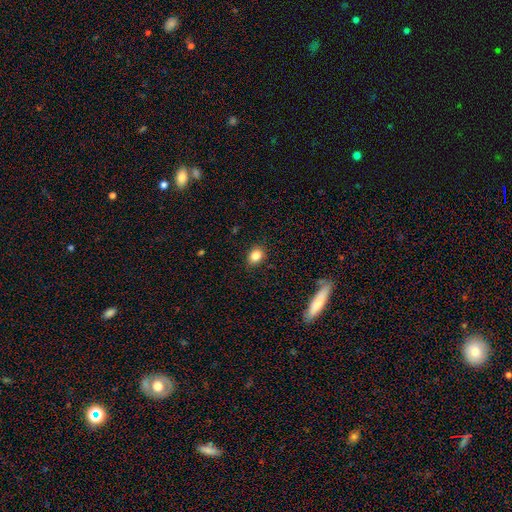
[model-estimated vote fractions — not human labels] Smooth or featured? Predicted: smooth (p=0.84). How rounded? Predicted: in between (p=0.50). Merging? Predicted: none (p=0.87).